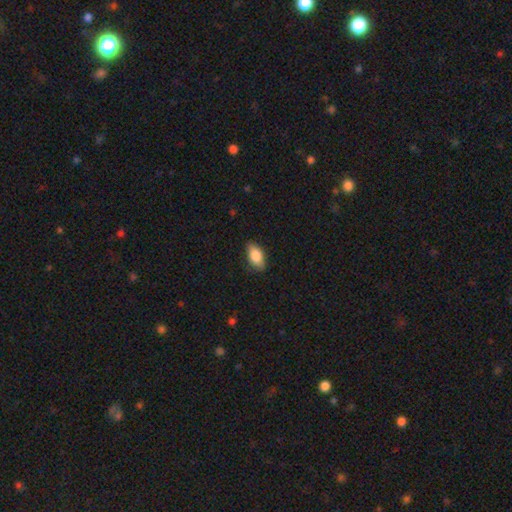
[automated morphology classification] A smooth galaxy with no disk features (83%) that is in between round and cigar-shaped (90%). Merging: none (82%).